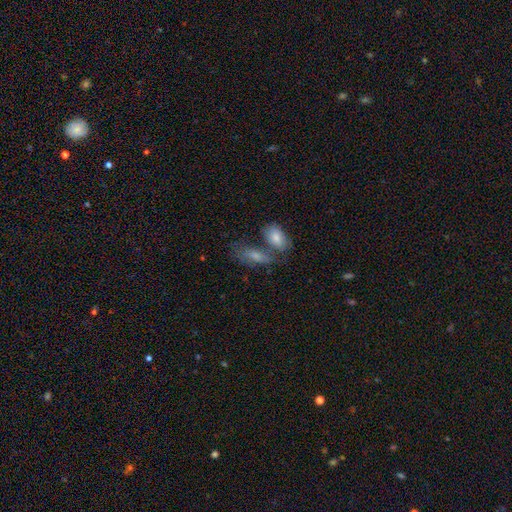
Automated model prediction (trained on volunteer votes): Morphology: type=smooth (71%); roundness=in between (80%); merging=merger (46%).